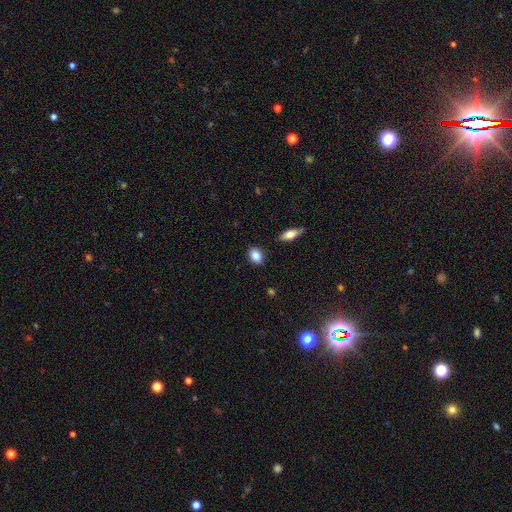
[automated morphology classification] This is clearly a smooth galaxy (86%). How rounded: likely in between (72%). Merging: clearly none (86%).